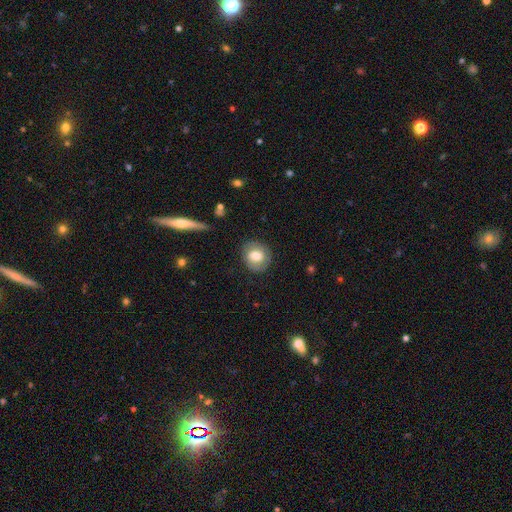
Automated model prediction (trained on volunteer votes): This is likely a smooth galaxy (72%). How rounded: likely round (76%). Merging: clearly none (81%).